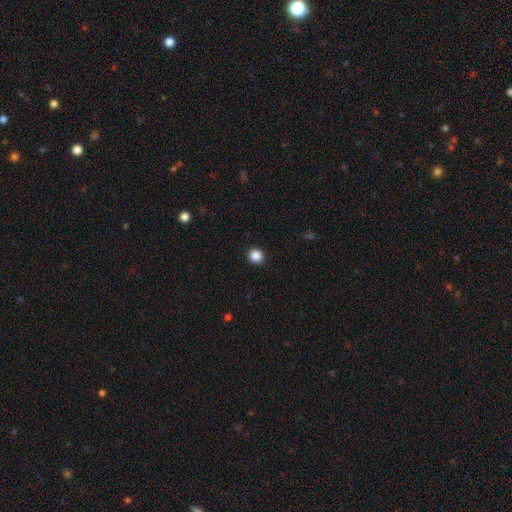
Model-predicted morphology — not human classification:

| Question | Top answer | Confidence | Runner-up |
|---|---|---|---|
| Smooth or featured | smooth | 87% | star or artifact (11%) |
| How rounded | round | 89% | in between (10%) |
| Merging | none | 92% | minor disturbance (5%) |